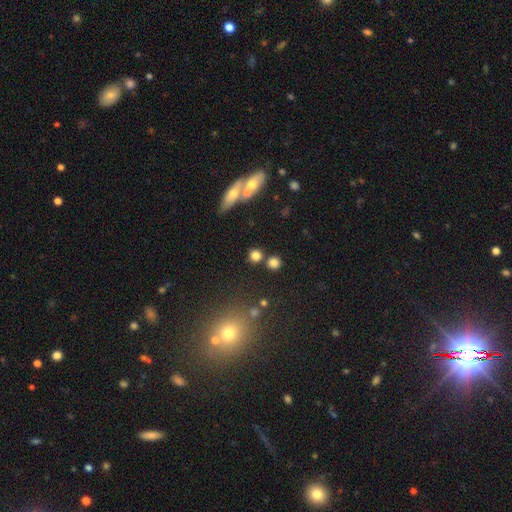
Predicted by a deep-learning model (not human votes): A smooth galaxy with no disk features (78%) that is round (88%). Merging: none (72%).